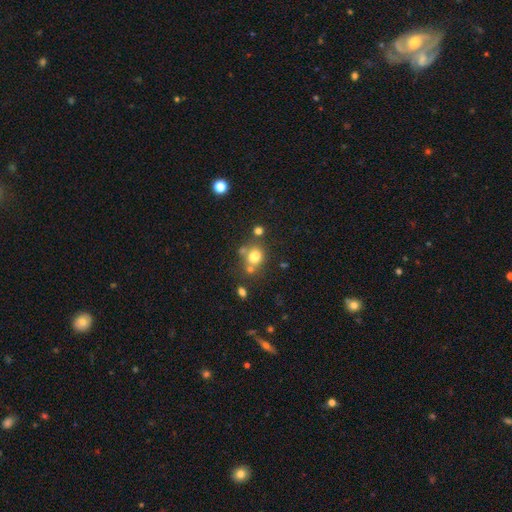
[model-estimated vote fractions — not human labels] Q: Smooth or featured?
A: smooth (74%); runner-up: star or artifact (15%)
Q: How rounded?
A: round (79%); runner-up: in between (20%)
Q: Merging?
A: none (62%); runner-up: merger (22%)